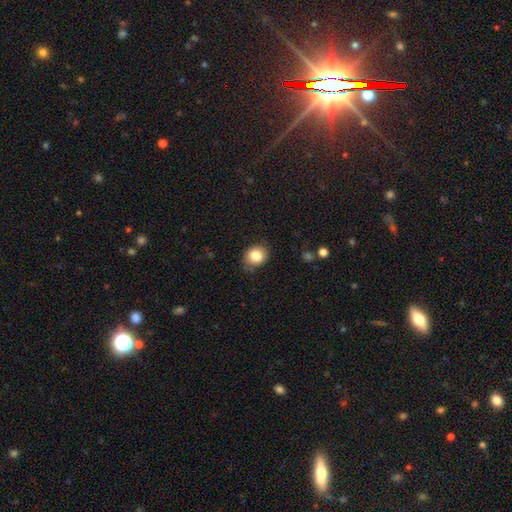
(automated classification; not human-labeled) Smooth or featured? Predicted: smooth (p=0.83). How rounded? Predicted: round (p=0.65). Merging? Predicted: none (p=0.77).